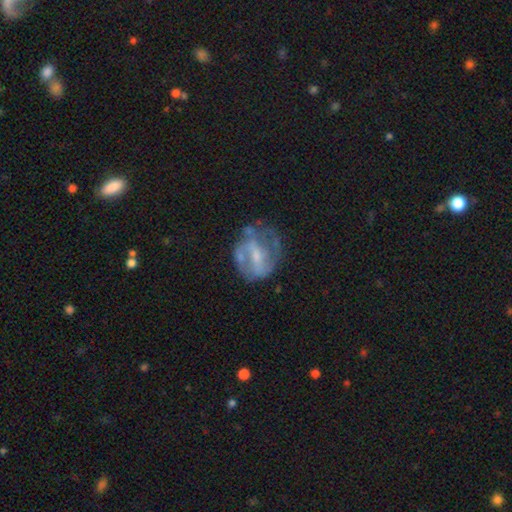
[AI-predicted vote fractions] Smooth or featured? Predicted: featured or disk (p=0.69). Edge-on disk? Predicted: no (p=0.97). Bar? Predicted: weak (p=0.44). Spiral arms? Predicted: yes (p=0.56). Bulge size? Predicted: small (p=0.45). Merging? Predicted: none (p=0.50).